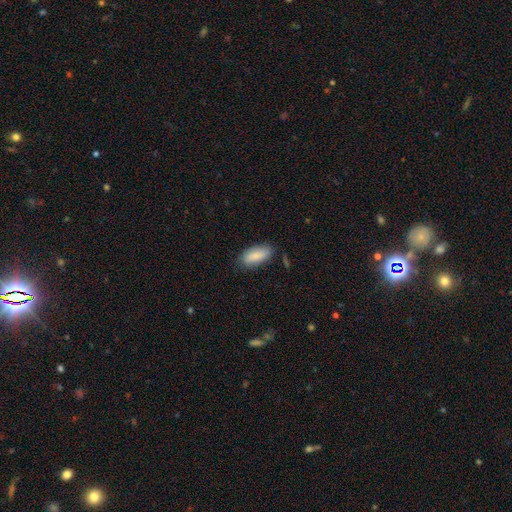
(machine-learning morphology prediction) This appears to be a smooth galaxy with no disk features (83%) that is in between round and cigar-shaped (87%). Merging: none (78%).